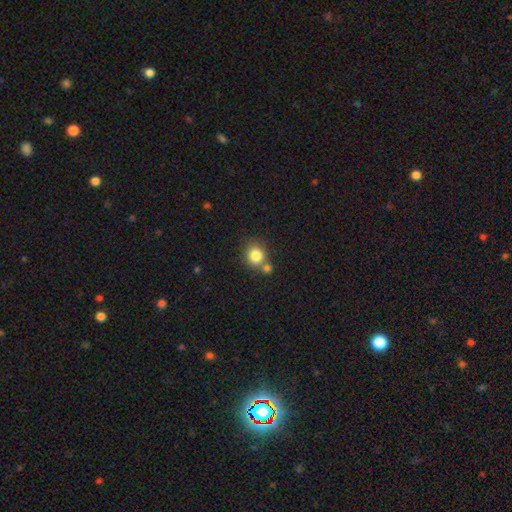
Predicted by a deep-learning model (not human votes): smooth_or_featured: smooth (p=0.83) [alt: star or artifact p=0.10]
how_rounded: round (p=0.85) [alt: in between p=0.14]
merging: none (p=0.62) [alt: merger p=0.26]